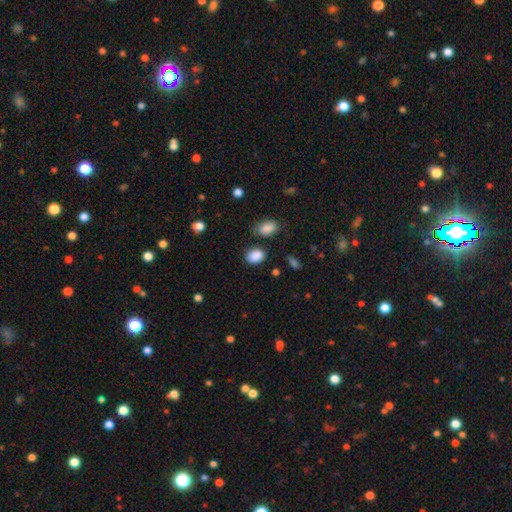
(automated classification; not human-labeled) Q: Smooth or featured?
A: smooth (88%); runner-up: star or artifact (9%)
Q: How rounded?
A: in between (68%); runner-up: round (31%)
Q: Merging?
A: none (77%); runner-up: minor disturbance (14%)